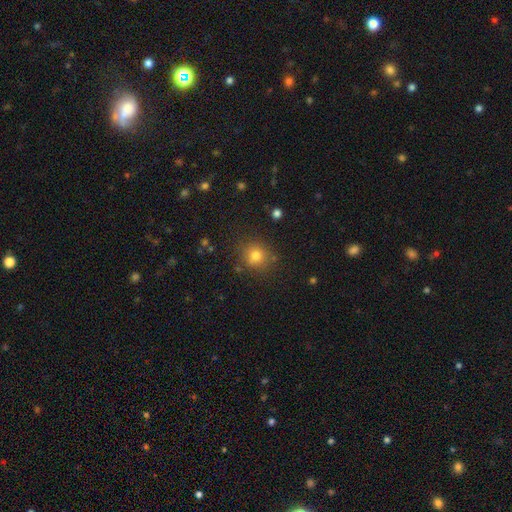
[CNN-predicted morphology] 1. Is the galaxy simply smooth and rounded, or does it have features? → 77% smooth, 15% star or artifact, 8% featured or disk.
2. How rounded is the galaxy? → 85% round, 14% in between, 1% cigar-shaped.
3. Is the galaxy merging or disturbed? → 81% none, 11% minor disturbance, 4% merger, 4% major disturbance.